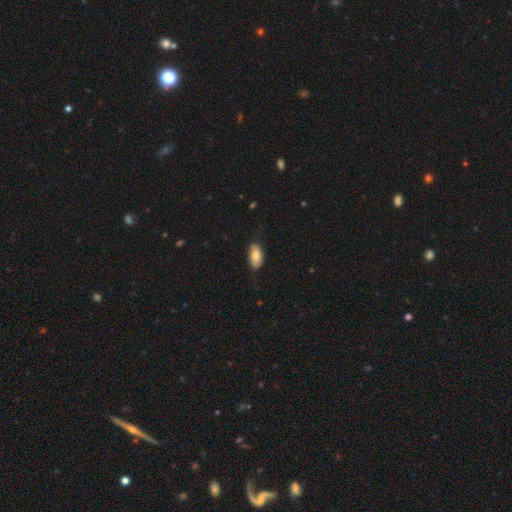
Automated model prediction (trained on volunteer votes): smooth-or-featured: smooth: 72% | featured or disk: 21% | star or artifact: 7%
  how-rounded: in between: 92% | cigar-shaped: 5% | round: 3%
  merging: none: 68% | minor disturbance: 25% | major disturbance: 5% | merger: 1%